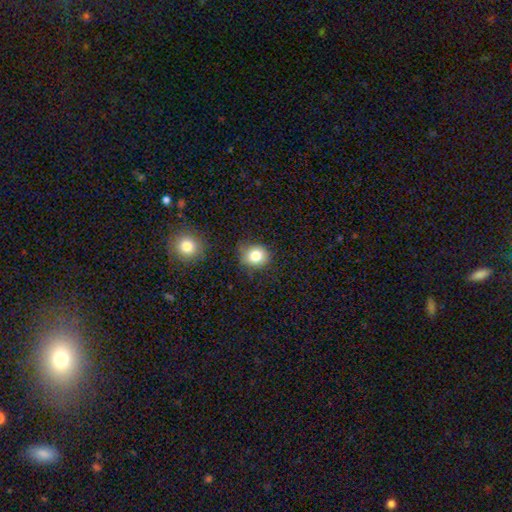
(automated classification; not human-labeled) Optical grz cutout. It shows a smooth galaxy with no disk features (81%) that is round (78%). Merging: none (70%).